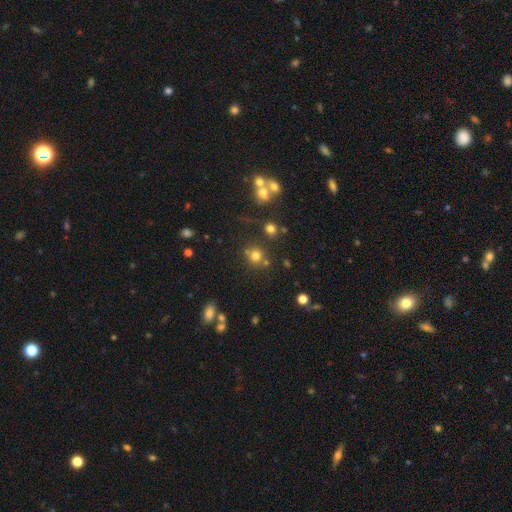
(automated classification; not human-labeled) This appears to be a smooth galaxy with no disk features (72%) that is round (88%). Merging: none (72%).